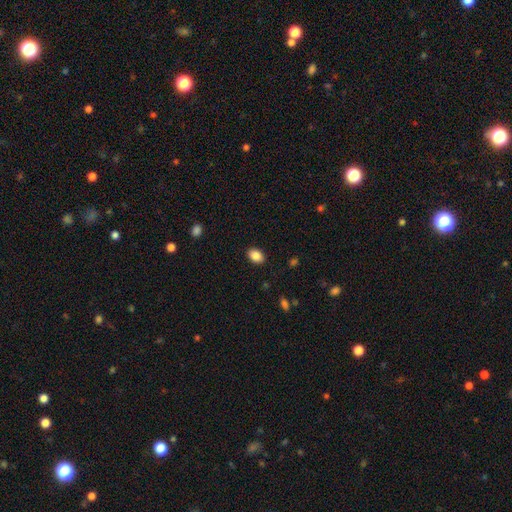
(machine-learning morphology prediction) A smooth galaxy with no disk features (88%) that is in between round and cigar-shaped (80%).

Vote fractions:
- Smooth or featured? smooth: 88% / star or artifact: 8% / featured or disk: 4%
- How rounded? in between: 80% / round: 19% / cigar-shaped: 1%
- Merging? none: 89% / minor disturbance: 8% / major disturbance: 2% / merger: 1%